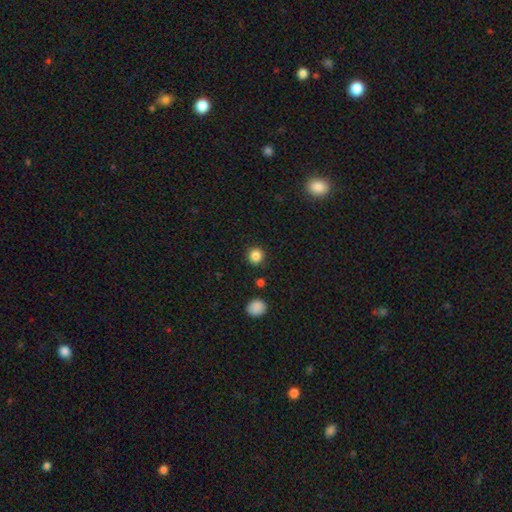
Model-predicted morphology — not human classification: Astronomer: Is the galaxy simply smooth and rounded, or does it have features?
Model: smooth — 86%.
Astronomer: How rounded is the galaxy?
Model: round — 93%.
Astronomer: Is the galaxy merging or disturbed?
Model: none — 90%.